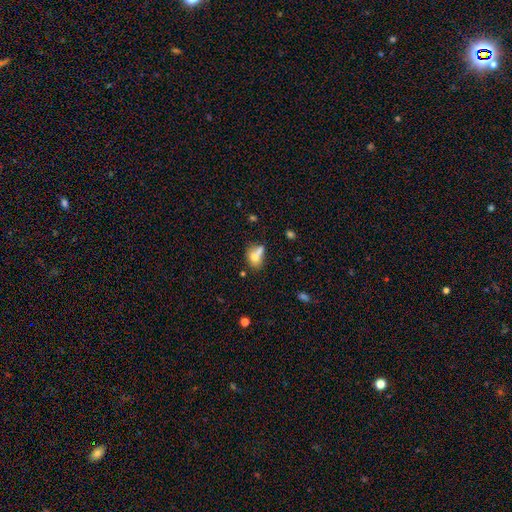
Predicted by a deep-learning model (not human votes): Smooth or featured? smooth (69%)
How rounded? in between (60%)
Merging? merger (51%)